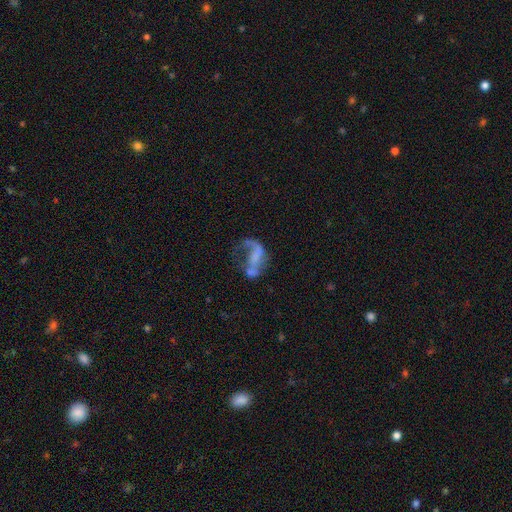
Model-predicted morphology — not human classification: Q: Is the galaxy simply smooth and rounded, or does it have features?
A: featured or disk — 65%.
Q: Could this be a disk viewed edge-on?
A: no — 97%.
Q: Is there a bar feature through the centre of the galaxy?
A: no — 54%.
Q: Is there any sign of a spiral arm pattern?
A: yes — 63%.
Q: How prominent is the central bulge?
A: none — 64%.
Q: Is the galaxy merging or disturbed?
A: major disturbance — 41%.